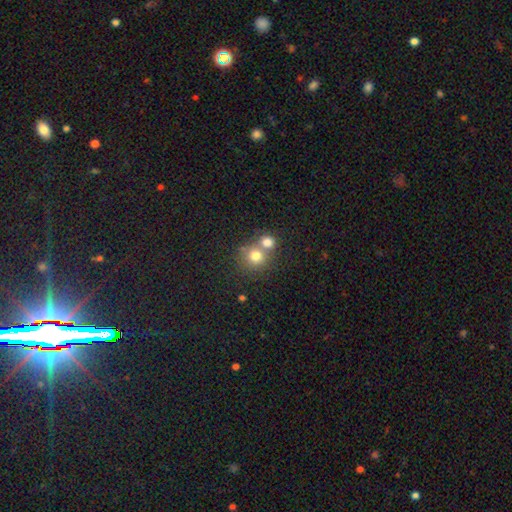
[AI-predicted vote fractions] A smooth galaxy with no disk features (75%) that is round (86%). Merging: merger (49%).